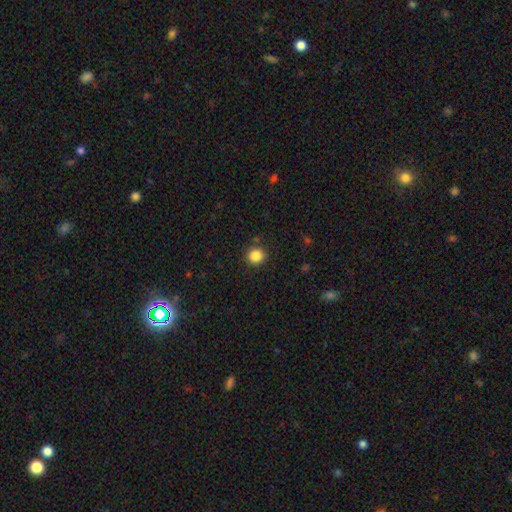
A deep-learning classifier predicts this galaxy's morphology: A smooth galaxy with no disk features (85%) that is round (88%). Merging: none (89%).